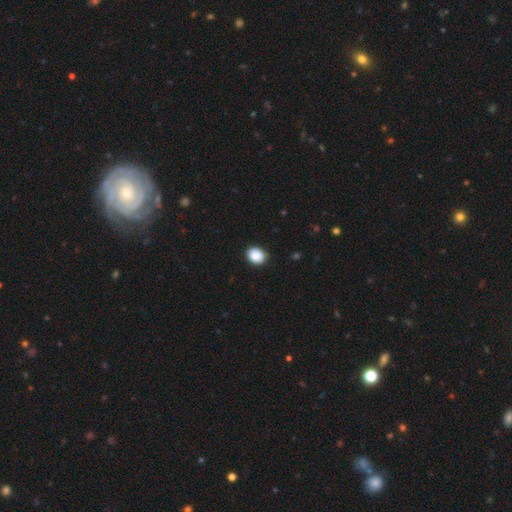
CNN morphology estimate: Smooth or featured: smooth — 88% (star or artifact — 8%)
How rounded: round — 52% (in between — 47%)
Merging: none — 86% (minor disturbance — 11%)